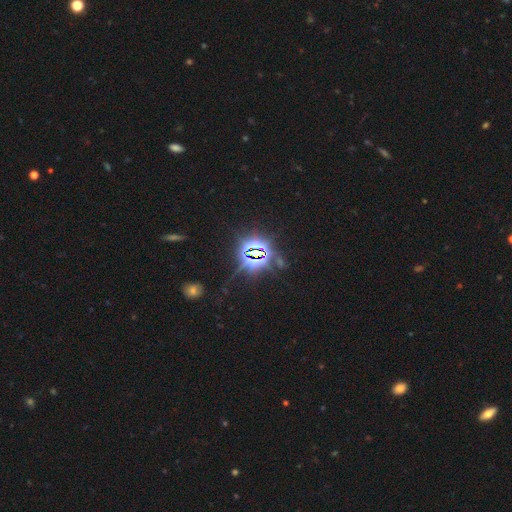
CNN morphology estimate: Smooth or featured?
  - star or artifact: 83% *
  - smooth: 9%
  - featured or disk: 7%